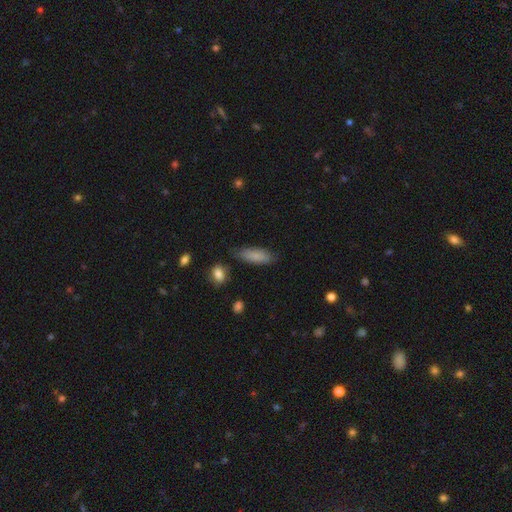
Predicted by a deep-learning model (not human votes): This appears to be a smooth galaxy with no disk features (84%) that is in between round and cigar-shaped (67%). Merging: none (78%).